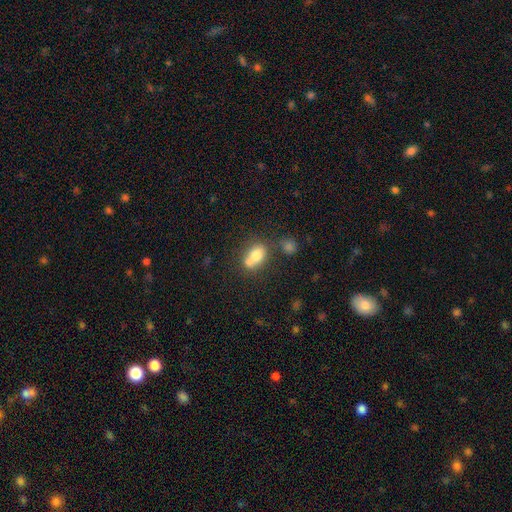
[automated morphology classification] Smooth or featured?
  - smooth: 74% *
  - featured or disk: 16%
  - star or artifact: 10%
How rounded?
  - in between: 65% *
  - round: 33%
  - cigar-shaped: 2%
Merging?
  - merger: 47% *
  - none: 34%
  - minor disturbance: 13%
  - major disturbance: 6%